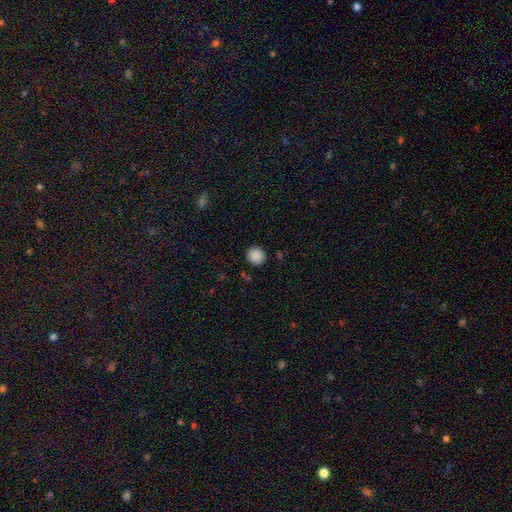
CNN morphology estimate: A smooth galaxy with no disk features (88%) that is round (91%). Merging: none (90%).